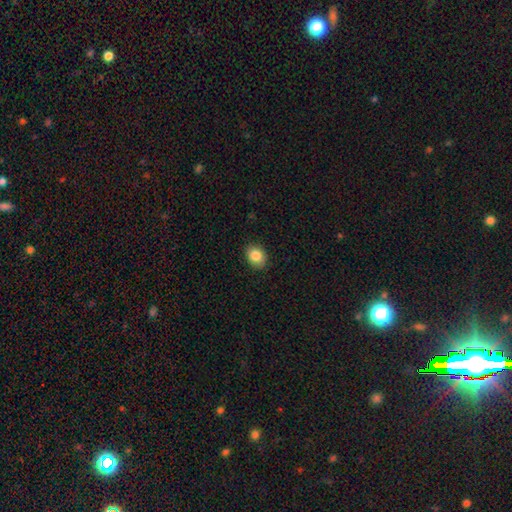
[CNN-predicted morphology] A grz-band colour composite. It shows a smooth galaxy with no disk features (86%) that is in between round and cigar-shaped (59%). Merging: none (88%).